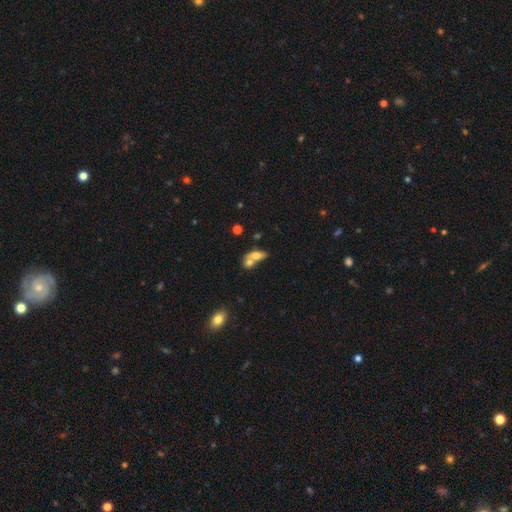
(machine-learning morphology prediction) smooth-or-featured: smooth: 64% | featured or disk: 26% | star or artifact: 10%
  how-rounded: in between: 74% | round: 14% | cigar-shaped: 11%
  merging: merger: 64% | none: 23% | minor disturbance: 8% | major disturbance: 5%